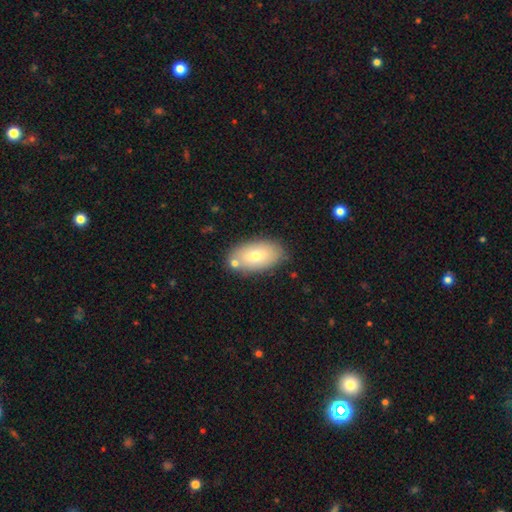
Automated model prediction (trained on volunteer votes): The model was most divided on "smooth or featured": smooth: 70%, featured or disk: 23%, star or artifact: 7%. More confident: how rounded — in between (93%); merging — none (77%).